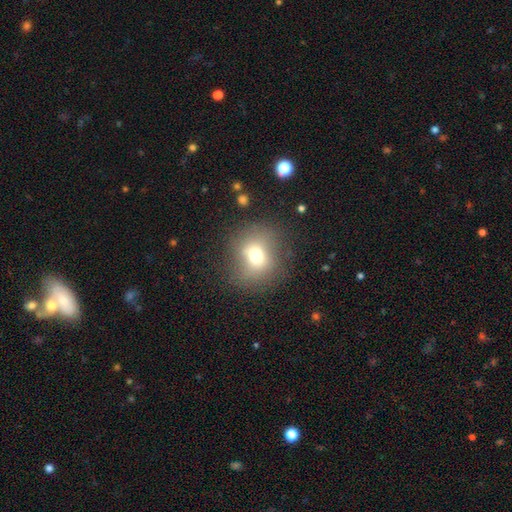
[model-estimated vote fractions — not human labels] This is likely a smooth galaxy (67%). How rounded: likely round (78%). Merging: likely none (75%).